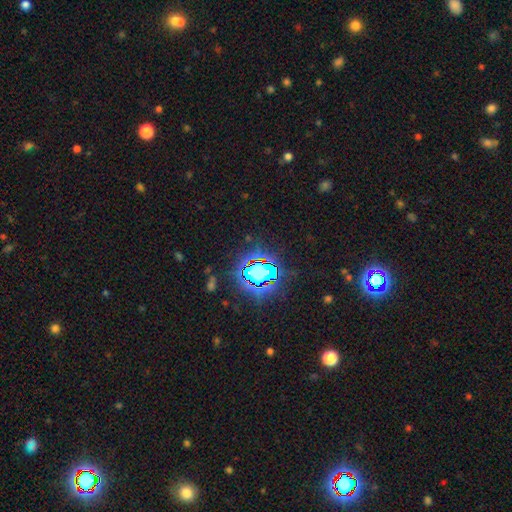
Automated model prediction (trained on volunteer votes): smooth_or_featured: star or artifact (p=0.82) [alt: smooth p=0.10]